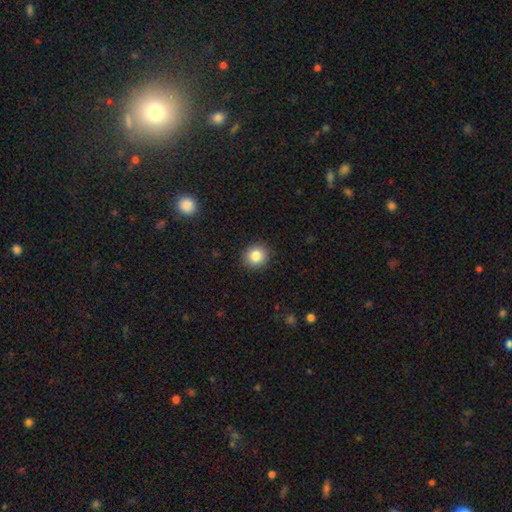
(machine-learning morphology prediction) Smooth or featured? smooth (84%)
How rounded? round (84%)
Merging? none (90%)